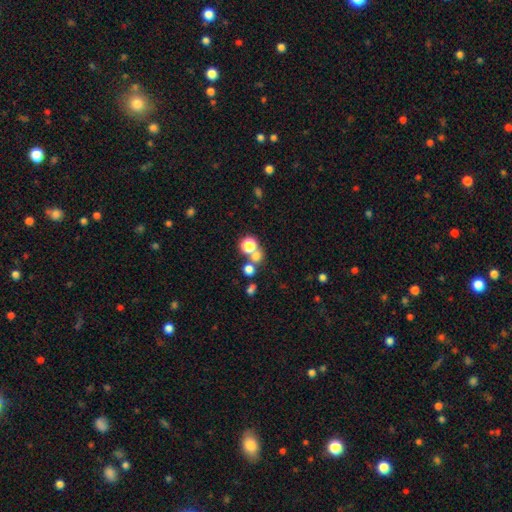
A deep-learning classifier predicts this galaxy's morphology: This is likely a smooth galaxy (65%). How rounded: clearly round (83%). Merging: possibly none (52%).